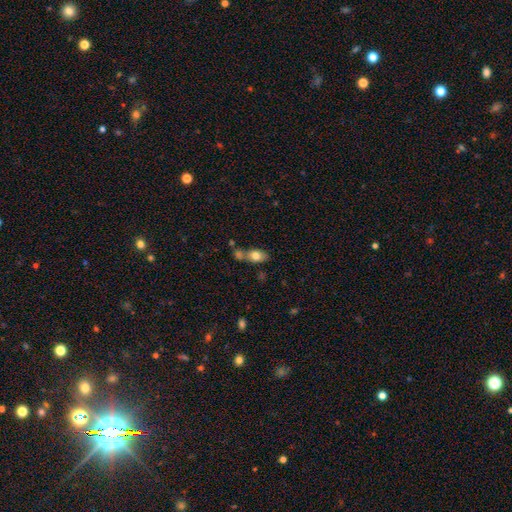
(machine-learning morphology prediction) Smooth or featured? smooth (77%)
How rounded? in between (82%)
Merging? none (42%)